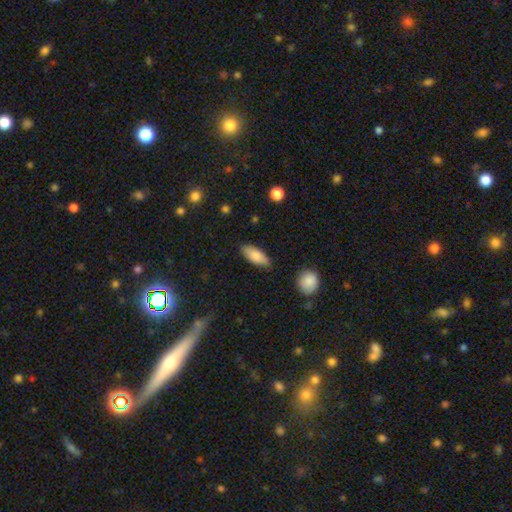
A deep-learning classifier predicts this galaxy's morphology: Smooth or featured: smooth — 84% (featured or disk — 9%)
How rounded: in between — 79% (cigar-shaped — 19%)
Merging: none — 83% (minor disturbance — 12%)